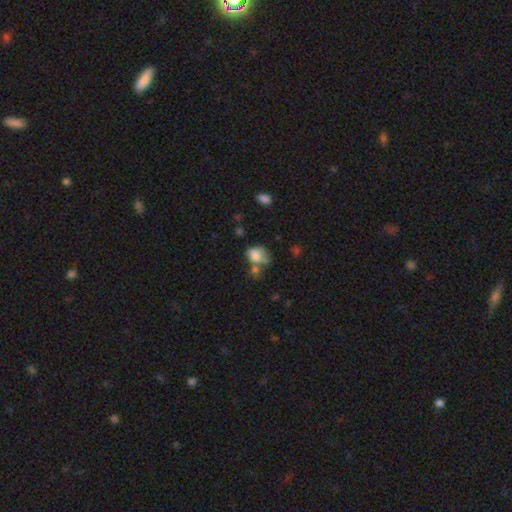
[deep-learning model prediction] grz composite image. It shows a smooth galaxy with no disk features (73%) that is in between round and cigar-shaped (65%). Merging: none (30%, tied with merger).